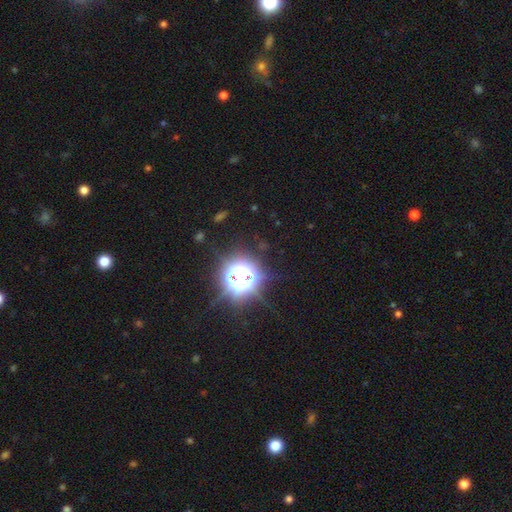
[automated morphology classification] This appears to be a star or artifact, not a galaxy (83%).